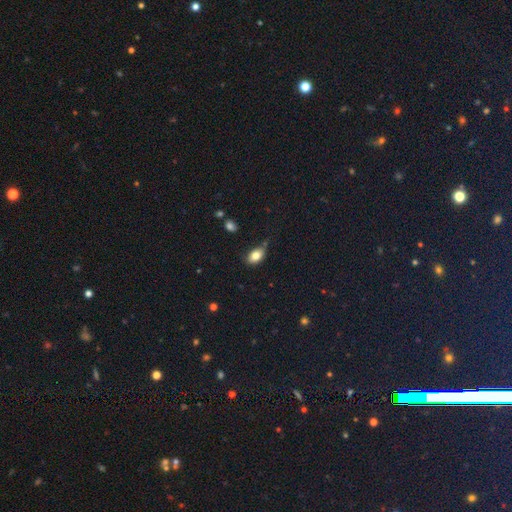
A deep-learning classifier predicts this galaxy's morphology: Smooth or featured? smooth (80%)
How rounded? in between (87%)
Merging? none (65%)